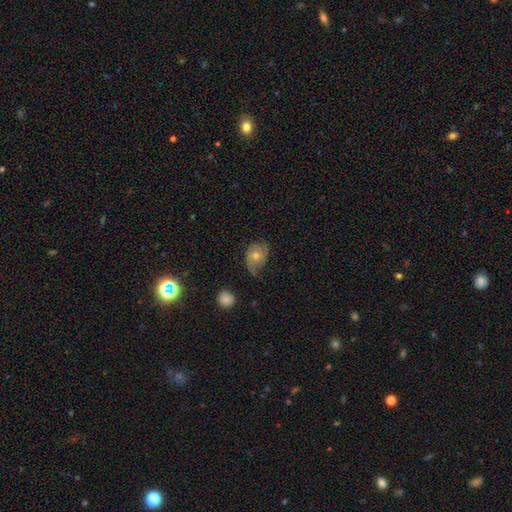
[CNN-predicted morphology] featured or disk 63%, smooth 25%, star or artifact 12%. Down the decision tree: edge-on disk — no (96%); bar — no (78%); spiral arms — yes (88%); spiral arm count — 2 (52%); spiral winding — medium (40%); bulge size — moderate (58%); merging — none (56%).